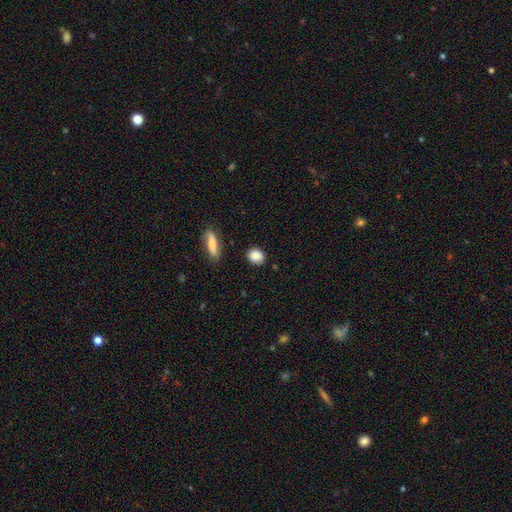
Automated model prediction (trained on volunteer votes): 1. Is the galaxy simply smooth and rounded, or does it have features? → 87% smooth, 8% star or artifact, 5% featured or disk.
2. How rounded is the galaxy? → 51% round, 46% in between, 3% cigar-shaped.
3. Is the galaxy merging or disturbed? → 83% none, 12% minor disturbance, 3% major disturbance, 3% merger.